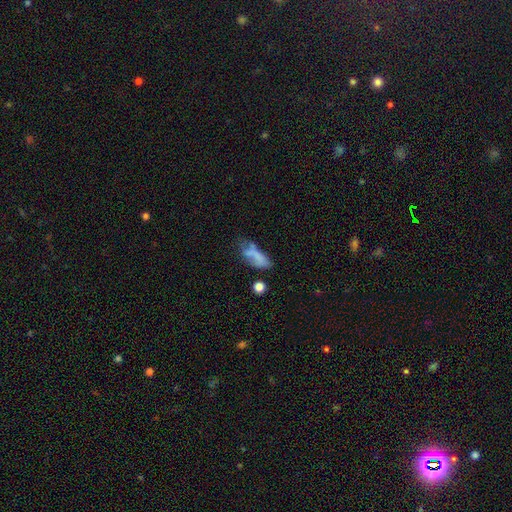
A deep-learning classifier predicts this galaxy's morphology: Smooth or featured? smooth (59%)
How rounded? in between (71%)
Merging? none (32%)